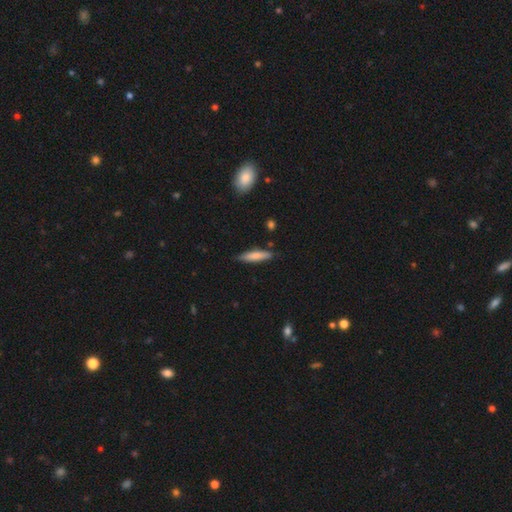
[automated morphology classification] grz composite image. It shows a smooth galaxy with no disk features (78%) that is cigar-shaped (79%). Merging: none (82%).